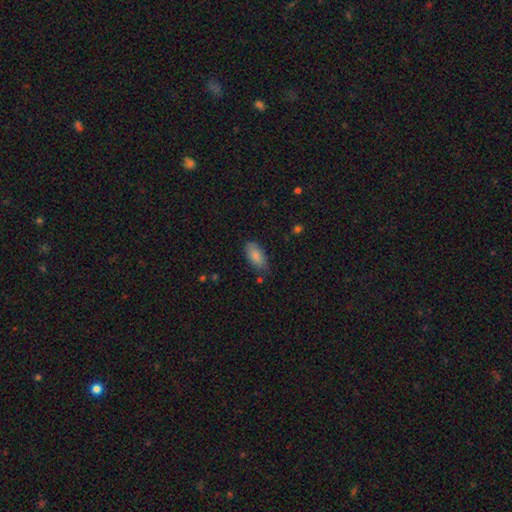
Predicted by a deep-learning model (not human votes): smooth_or_featured: smooth (p=0.86) [alt: featured or disk p=0.08]
how_rounded: in between (p=0.90) [alt: cigar-shaped p=0.07]
merging: none (p=0.68) [alt: minor disturbance p=0.25]